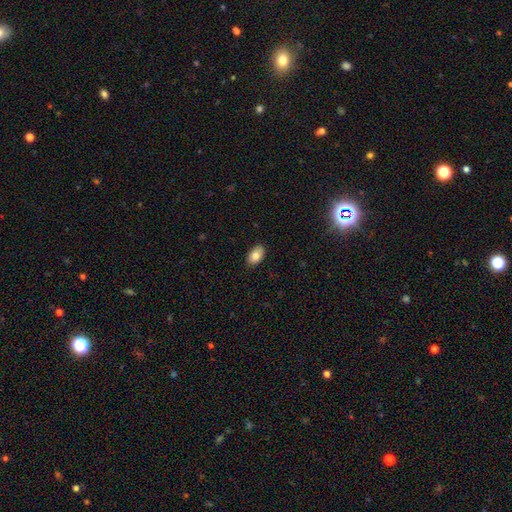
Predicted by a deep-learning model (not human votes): This is likely a smooth galaxy (80%). How rounded: clearly in between (92%). Merging: clearly none (86%).